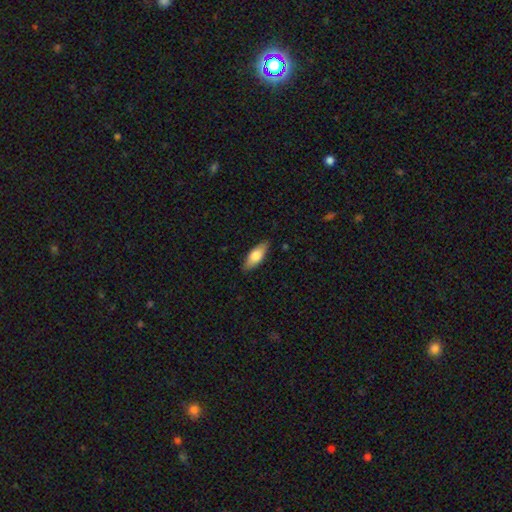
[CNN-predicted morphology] Overall: smooth (70%). How rounded: in between (72%). Merging: none (87%).